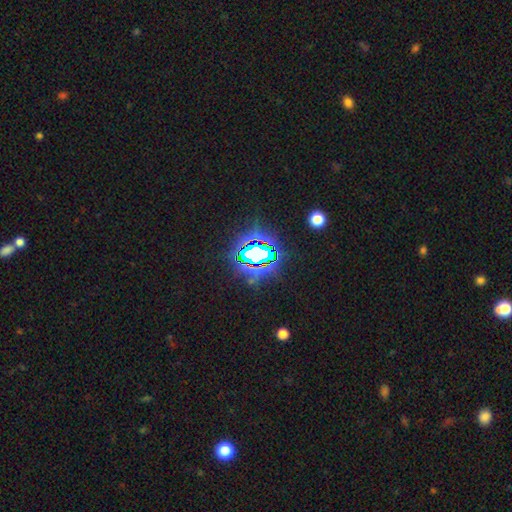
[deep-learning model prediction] The model was most divided on "smooth or featured": star or artifact: 76%, smooth: 13%, featured or disk: 11%.